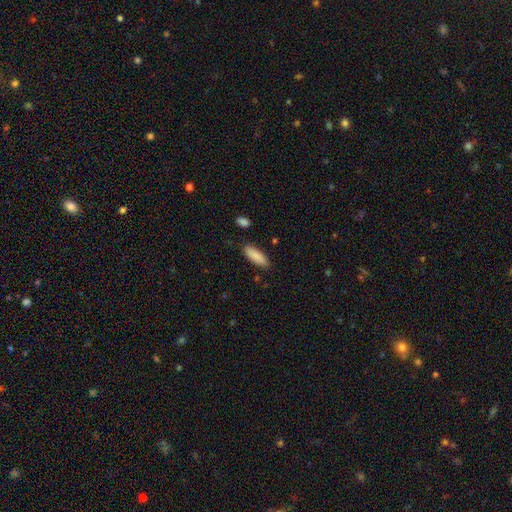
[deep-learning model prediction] This appears to be a smooth galaxy with no disk features (88%) that is in between round and cigar-shaped (51%). Merging: none (84%).